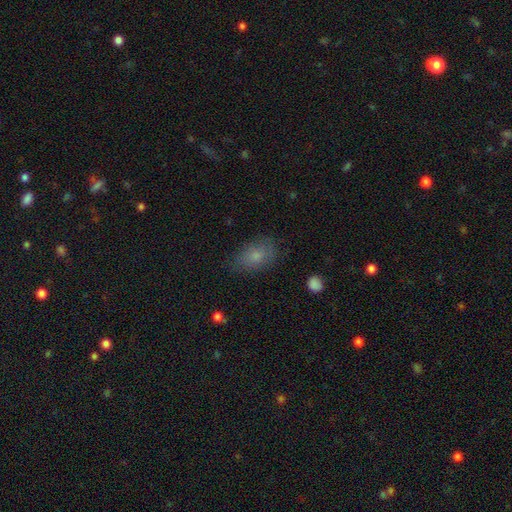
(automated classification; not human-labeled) smooth_or_featured: smooth (p=0.77) [alt: featured or disk p=0.13]
how_rounded: in between (p=0.88) [alt: round p=0.10]
merging: none (p=0.76) [alt: minor disturbance p=0.18]